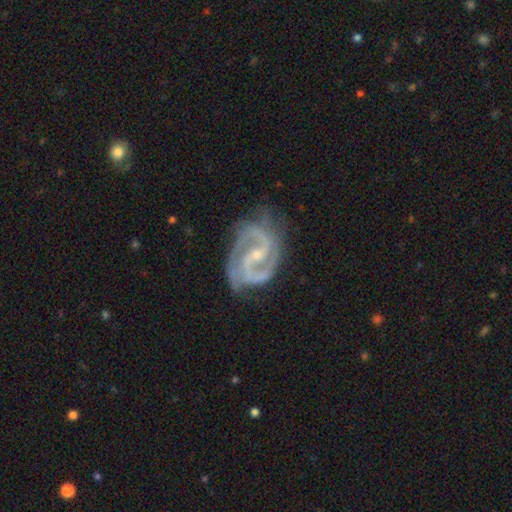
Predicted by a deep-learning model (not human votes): smooth_or_featured: featured or disk (p=0.93) [alt: star or artifact p=0.04]
disk_edge_on: no (p=0.98) [alt: yes p=0.02]
bar: weak (p=0.46) [alt: strong p=0.27]
has_spiral_arms: yes (p=0.98) [alt: no p=0.02]
spiral_winding: medium (p=0.59) [alt: tight p=0.28]
spiral_arm_count: 2 (p=0.88) [alt: 3 p=0.05]
bulge_size: small (p=0.66) [alt: moderate p=0.28]
merging: none (p=0.69) [alt: minor disturbance p=0.22]